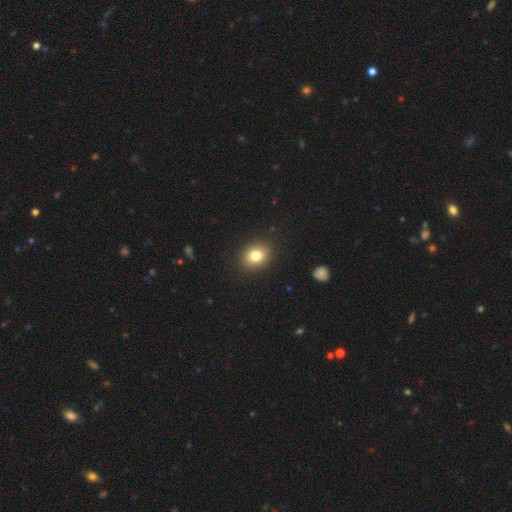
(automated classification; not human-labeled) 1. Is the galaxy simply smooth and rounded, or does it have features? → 81% smooth, 10% star or artifact, 9% featured or disk.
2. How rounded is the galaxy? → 52% round, 47% in between, 1% cigar-shaped.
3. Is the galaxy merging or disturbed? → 88% none, 8% minor disturbance, 2% major disturbance, 1% merger.